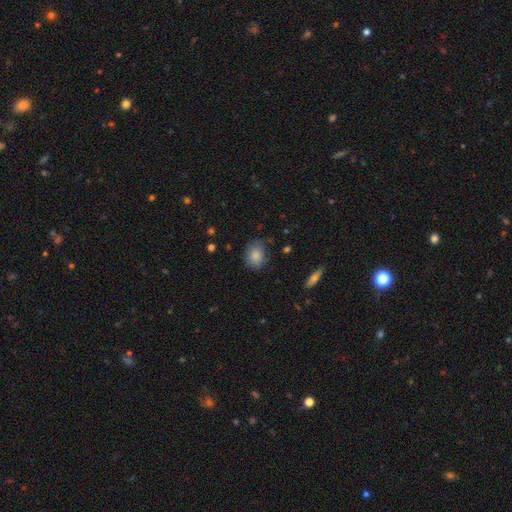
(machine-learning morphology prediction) Smooth or featured? Predicted: smooth (p=0.85). How rounded? Predicted: in between (p=0.68). Merging? Predicted: none (p=0.76).